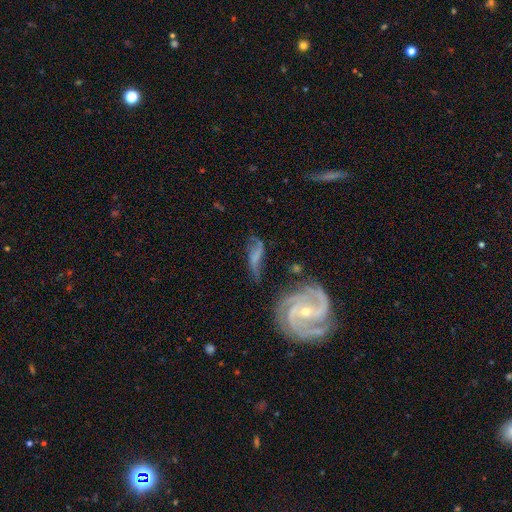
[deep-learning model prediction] Overall: featured or disk (63%; smooth 26%). Edge-on disk: no (89%). Bar: no (47%; weak 33%). Spiral arms: yes (82%). Bulge size: small (37%, tied with none). Merging: none (40%; major disturbance 25%).